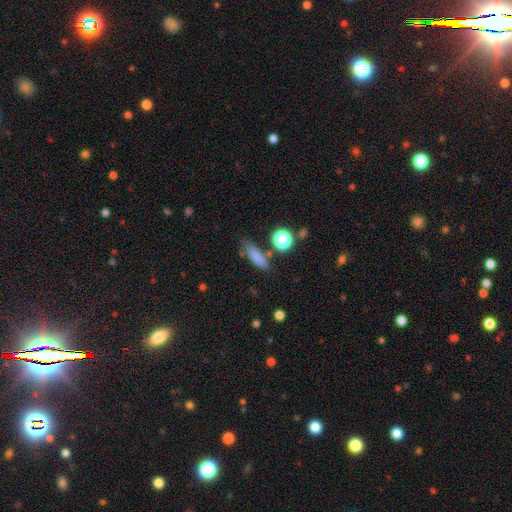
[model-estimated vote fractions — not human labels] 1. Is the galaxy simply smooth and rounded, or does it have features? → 78% smooth, 12% star or artifact, 10% featured or disk.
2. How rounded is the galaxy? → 56% cigar-shaped, 37% in between, 7% round.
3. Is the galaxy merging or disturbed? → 70% none, 18% minor disturbance, 7% merger, 5% major disturbance.